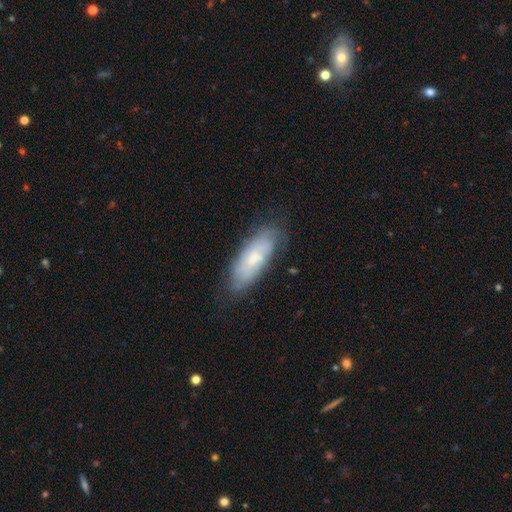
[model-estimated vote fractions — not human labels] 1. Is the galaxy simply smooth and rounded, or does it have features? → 51% smooth, 41% featured or disk, 8% star or artifact.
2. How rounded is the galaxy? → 66% in between, 32% cigar-shaped, 2% round.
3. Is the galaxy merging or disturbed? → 75% none, 19% minor disturbance, 5% major disturbance, 1% merger.